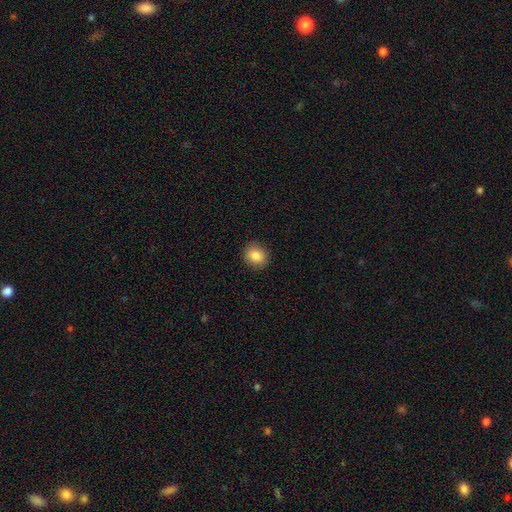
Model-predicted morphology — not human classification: The model was most divided on "how rounded": round: 78%, in between: 21%, cigar-shaped: 1%. More confident: merging — none (90%); smooth or featured — smooth (85%).